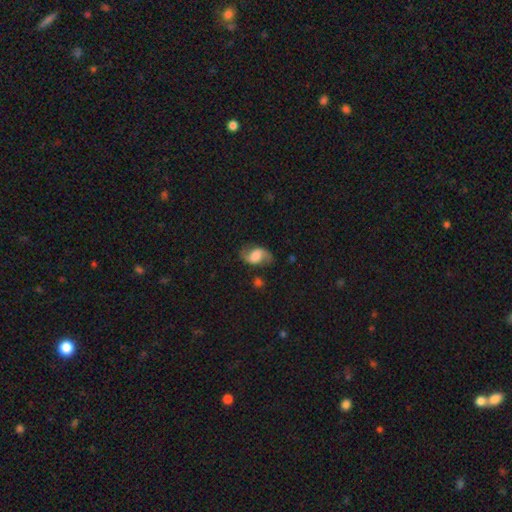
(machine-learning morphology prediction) featured or disk 68%, smooth 23%, star or artifact 8%. Down the decision tree: edge-on disk — no (96%); bar — no (43%); spiral arms — yes (92%); spiral arm count — 2 (92%); spiral winding — loose (60%); bulge size — large (42%); merging — none (73%).